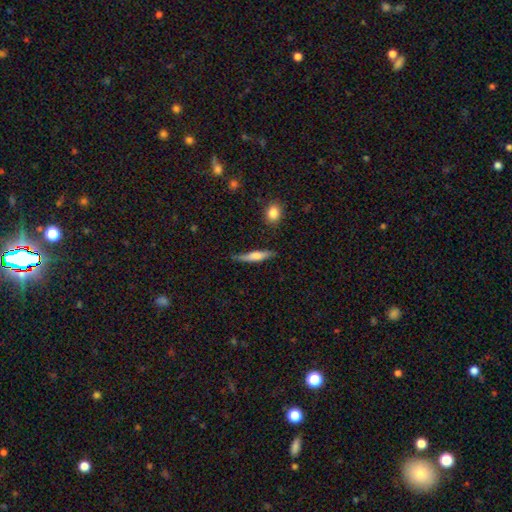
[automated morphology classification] smooth 62%, featured or disk 32%, star or artifact 6%. Down the decision tree: how rounded — cigar-shaped (83%); merging — none (71%).